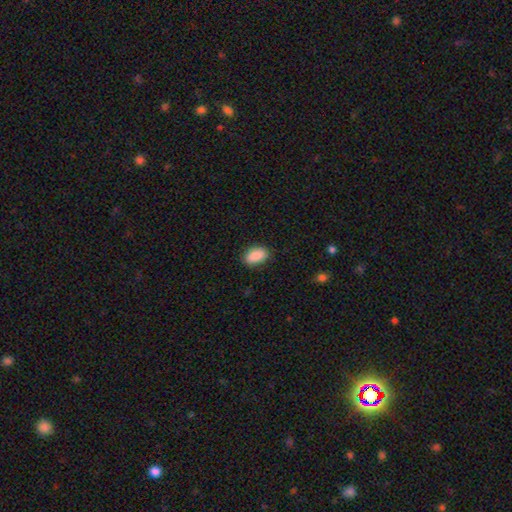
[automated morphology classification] A smooth galaxy with no disk features (89%) that is in between round and cigar-shaped (89%). Merging: none (85%).